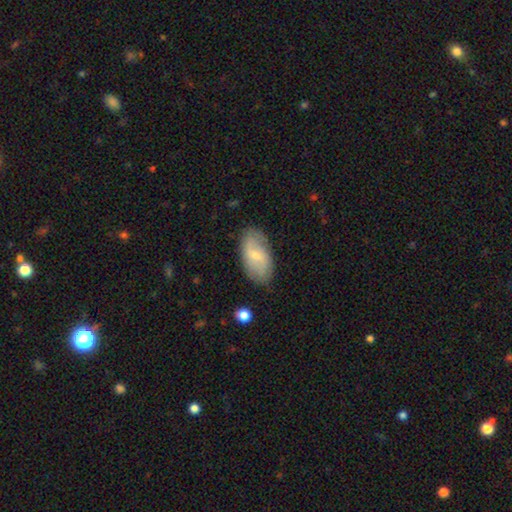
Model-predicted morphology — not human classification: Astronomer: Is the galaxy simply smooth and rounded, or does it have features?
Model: smooth — 48% (runner-up: featured or disk, 46%).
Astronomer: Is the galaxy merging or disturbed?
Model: none — 78%.